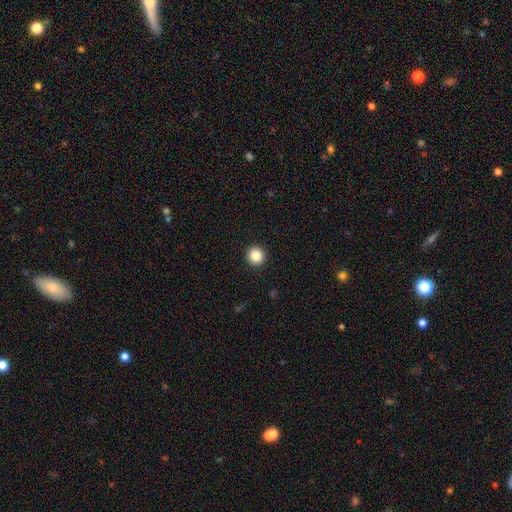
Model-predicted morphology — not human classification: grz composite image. It shows a smooth galaxy with no disk features (86%) that is round (94%). Merging: none (93%).